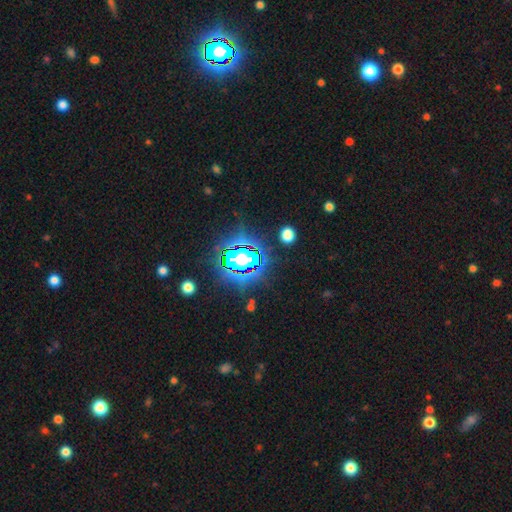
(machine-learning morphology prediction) type=star or artifact (83%).